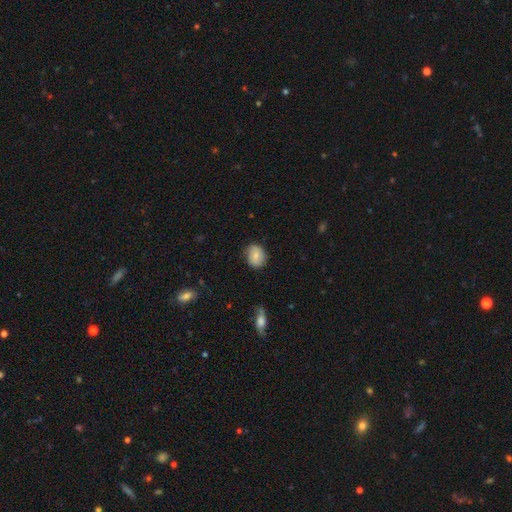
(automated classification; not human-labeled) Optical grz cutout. It shows a smooth galaxy with no disk features (74%) that is round (53%). Merging: none (75%).